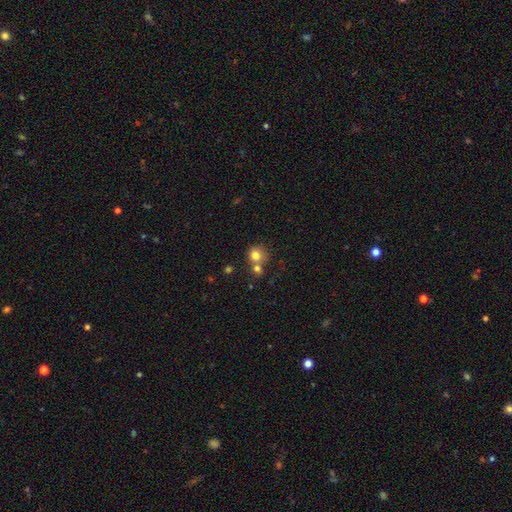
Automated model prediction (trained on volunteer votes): Smooth or featured? Predicted: smooth (p=0.78). How rounded? Predicted: round (p=0.84). Merging? Predicted: none (p=0.49).